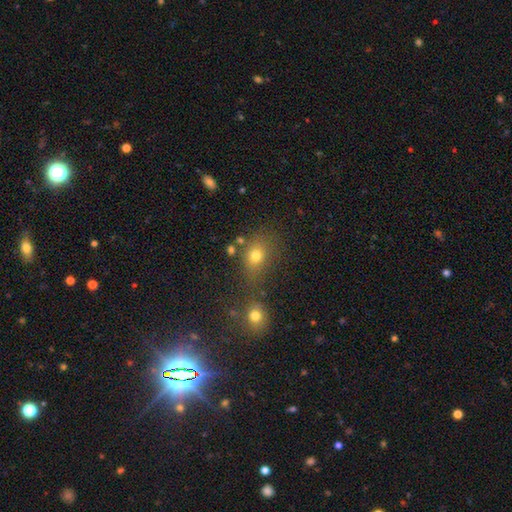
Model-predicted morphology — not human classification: type=smooth (72%); roundness=round (50%); merging=none (58%).